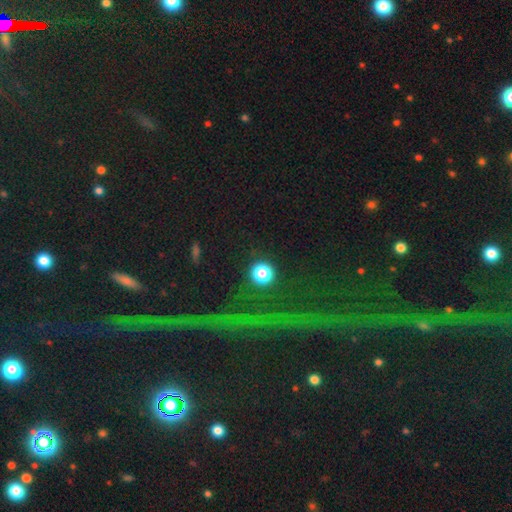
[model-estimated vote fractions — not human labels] star or artifact 81%, smooth 10%, featured or disk 9%.